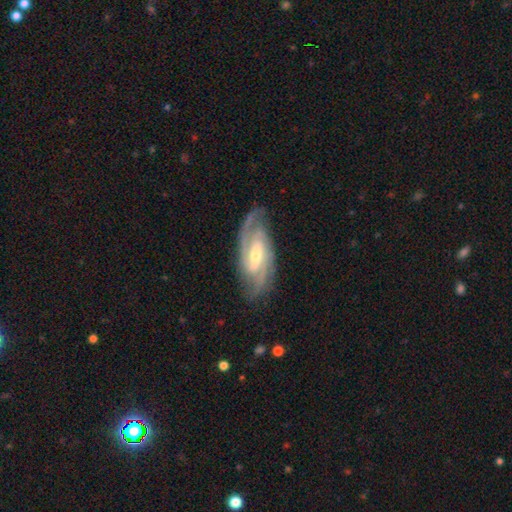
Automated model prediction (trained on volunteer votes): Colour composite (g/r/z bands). It shows a featured or disk galaxy (90%) with a weak bar (47%), 2 (58%) tight (54%) spiral arms (98%) and a moderate central bulge (54%). Merging: none (81%).